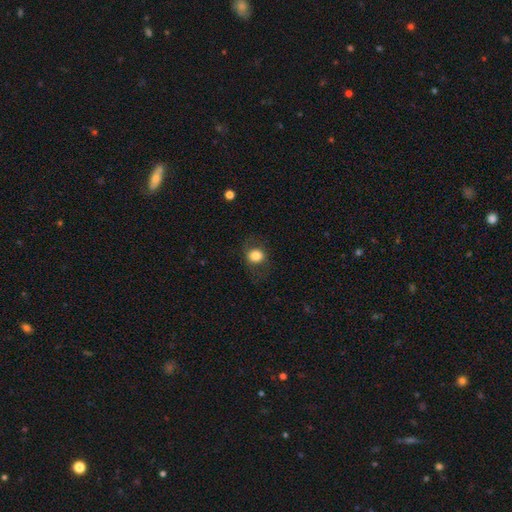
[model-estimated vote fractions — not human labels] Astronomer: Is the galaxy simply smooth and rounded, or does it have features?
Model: smooth — 79%.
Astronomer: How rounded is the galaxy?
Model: round — 72%.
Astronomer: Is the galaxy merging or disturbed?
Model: none — 77%.